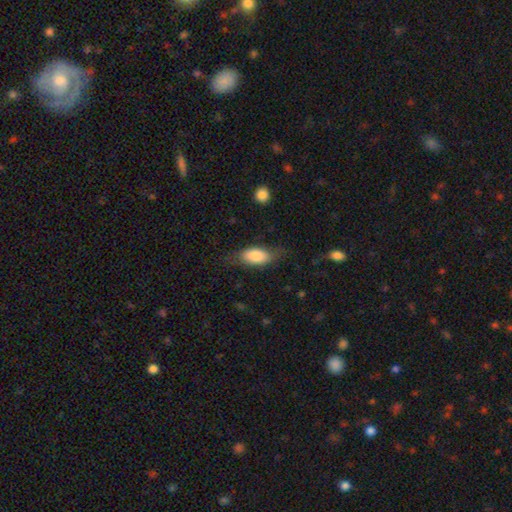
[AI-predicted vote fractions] Smooth or featured? Predicted: smooth (p=0.78). How rounded? Predicted: in between (p=0.86). Merging? Predicted: none (p=0.64).